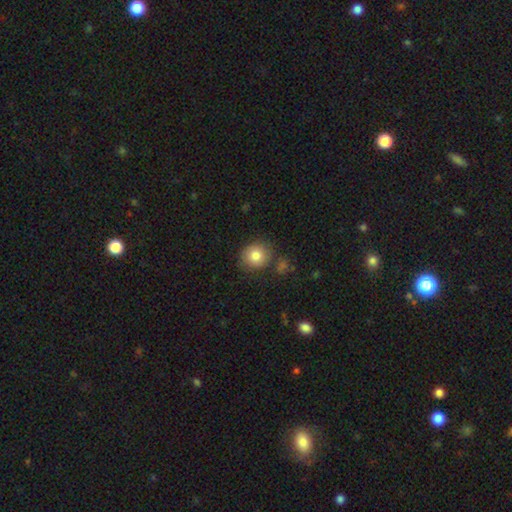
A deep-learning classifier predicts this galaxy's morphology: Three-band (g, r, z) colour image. It shows a smooth galaxy with no disk features (82%) that is round (82%). Merging: none (79%).